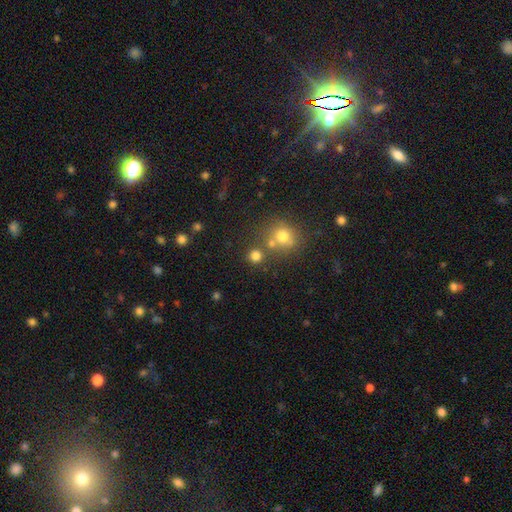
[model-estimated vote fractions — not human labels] smooth 77%, star or artifact 16%, featured or disk 7%. Down the decision tree: how rounded — round (90%); merging — none (73%).